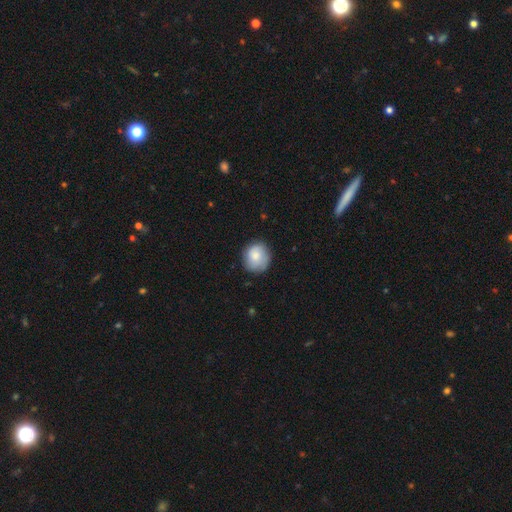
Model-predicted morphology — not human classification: smooth_or_featured: smooth (p=0.78) [alt: featured or disk p=0.15]
how_rounded: round (p=0.84) [alt: in between p=0.15]
merging: none (p=0.79) [alt: minor disturbance p=0.16]